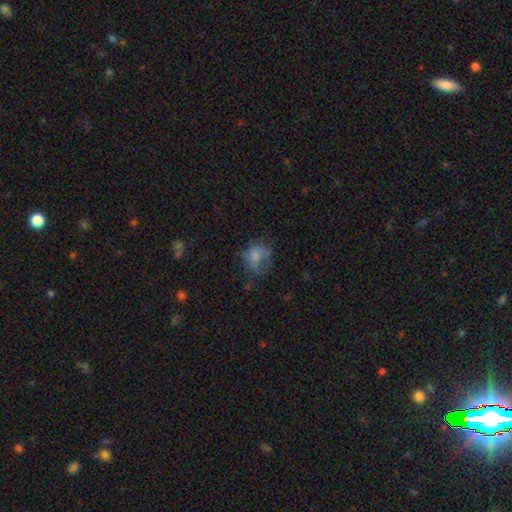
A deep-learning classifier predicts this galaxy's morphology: The model was most divided on "how rounded": in between: 51%, round: 48%, cigar-shaped: 1%. Remaining: smooth or featured — smooth (60%); merging — none (39%).